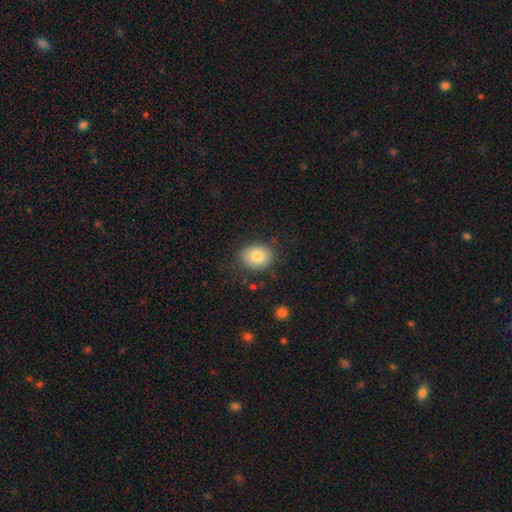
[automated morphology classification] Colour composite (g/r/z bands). It shows a smooth galaxy with no disk features (81%) that is in between round and cigar-shaped (51%). Merging: none (82%).